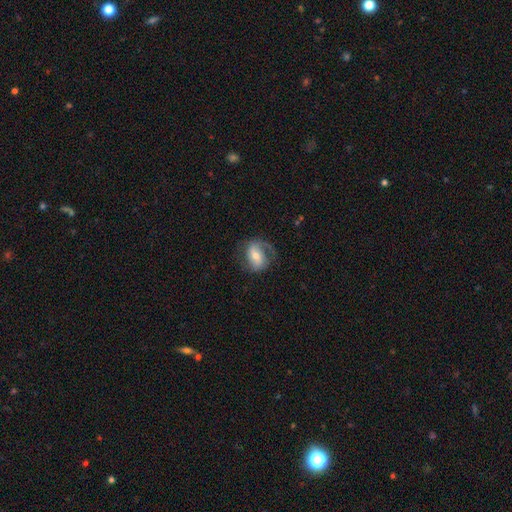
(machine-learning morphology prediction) A featured or disk galaxy (72%) with a weak bar (40%), 2 (62%) medium (45%) spiral arms (92%) and a moderate central bulge (53%). Merging: none (63%).